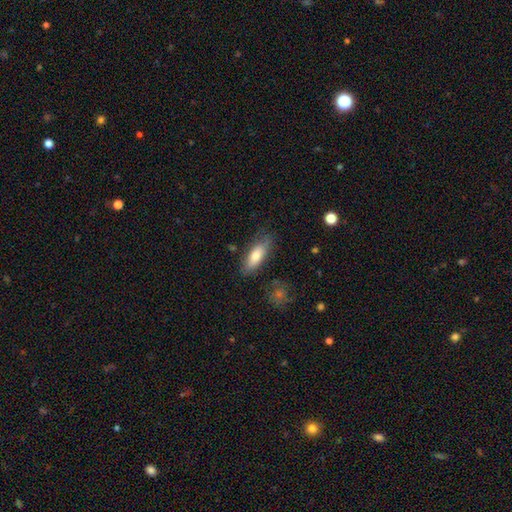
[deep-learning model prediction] The model was most divided on "how rounded": in between: 66%, cigar-shaped: 32%, round: 2%. More confident: smooth or featured — smooth (77%); merging — none (76%).